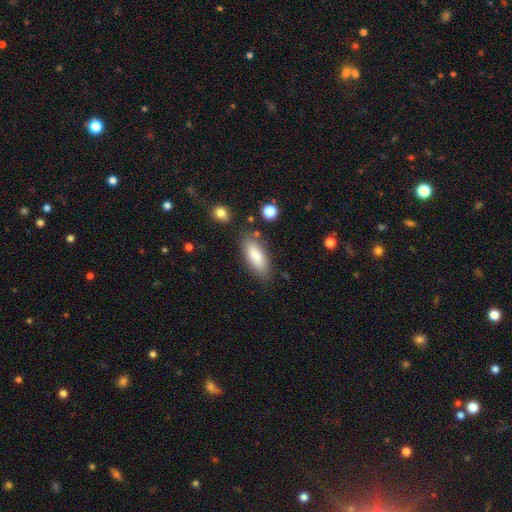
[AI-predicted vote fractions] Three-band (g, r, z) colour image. It shows a smooth galaxy with no disk features (85%) that is in between round and cigar-shaped (78%). Merging: none (78%).